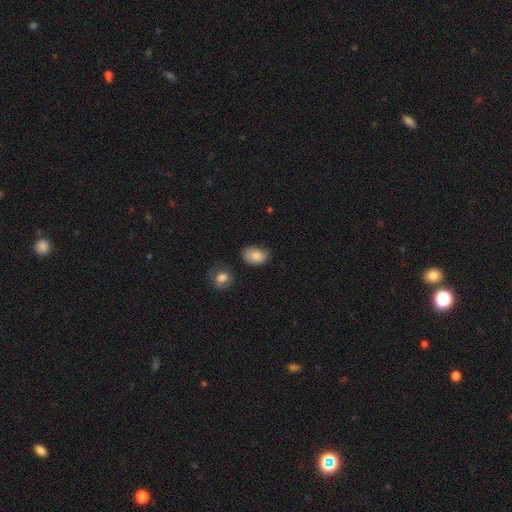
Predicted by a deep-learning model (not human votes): This is clearly a smooth galaxy (86%). How rounded: likely in between (79%). Merging: likely none (62%).